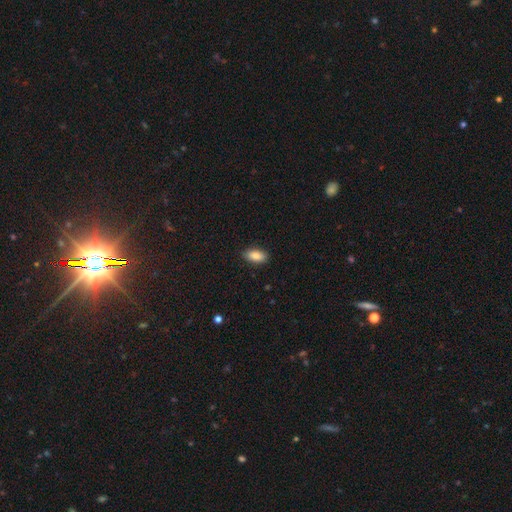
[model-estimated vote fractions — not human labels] Smooth or featured? smooth (84%)
How rounded? in between (91%)
Merging? none (88%)